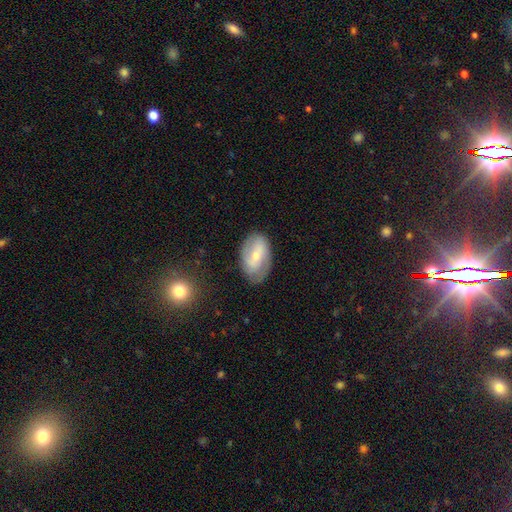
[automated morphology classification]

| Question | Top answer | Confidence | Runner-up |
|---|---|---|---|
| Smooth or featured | featured or disk | 61% | smooth (32%) |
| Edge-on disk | no | 94% | yes (6%) |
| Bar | weak | 41% | no (34%) |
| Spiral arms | yes | 79% | no (21%) |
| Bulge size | small | 62% | moderate (33%) |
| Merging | none | 74% | minor disturbance (18%) |